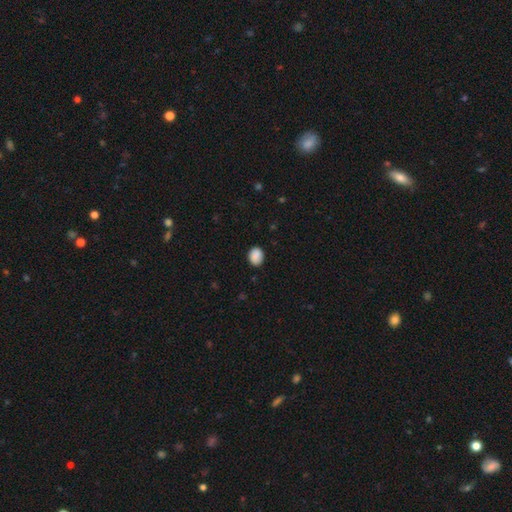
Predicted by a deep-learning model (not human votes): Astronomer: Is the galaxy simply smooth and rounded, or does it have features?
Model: smooth — 89%.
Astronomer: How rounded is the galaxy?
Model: in between — 56% (runner-up: round, 43%).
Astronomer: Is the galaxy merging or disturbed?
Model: none — 86%.